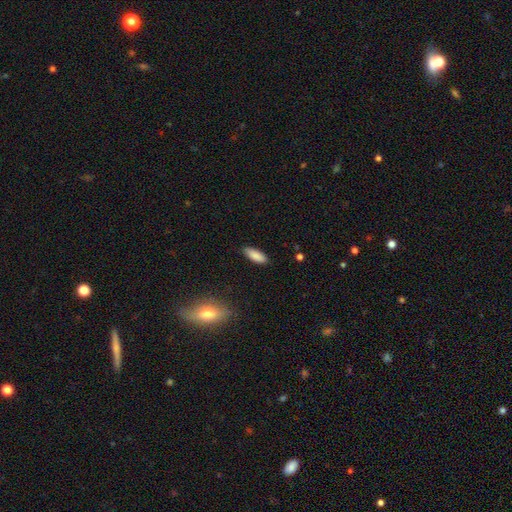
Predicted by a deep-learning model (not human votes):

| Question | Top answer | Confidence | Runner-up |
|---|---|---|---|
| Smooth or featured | smooth | 87% | featured or disk (7%) |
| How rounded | in between | 70% | cigar-shaped (28%) |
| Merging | none | 86% | minor disturbance (10%) |